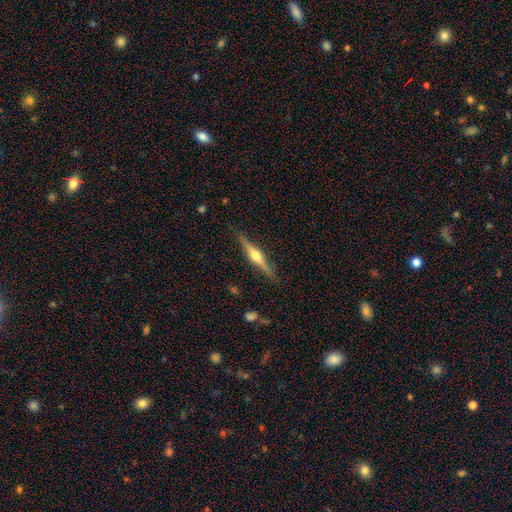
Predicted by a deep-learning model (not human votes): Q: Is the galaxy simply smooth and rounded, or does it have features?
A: featured or disk — 73%.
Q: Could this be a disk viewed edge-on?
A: yes — 98%.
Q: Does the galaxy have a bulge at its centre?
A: rounded — 94%.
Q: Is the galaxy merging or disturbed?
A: none — 88%.